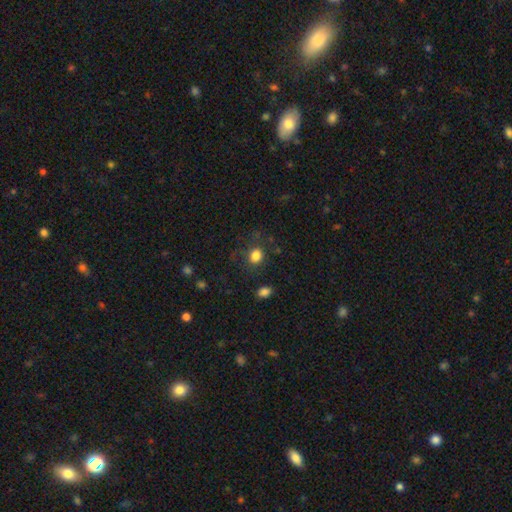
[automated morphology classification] Smooth or featured: smooth — 82% (star or artifact — 12%)
How rounded: round — 71% (in between — 28%)
Merging: none — 75% (minor disturbance — 15%)